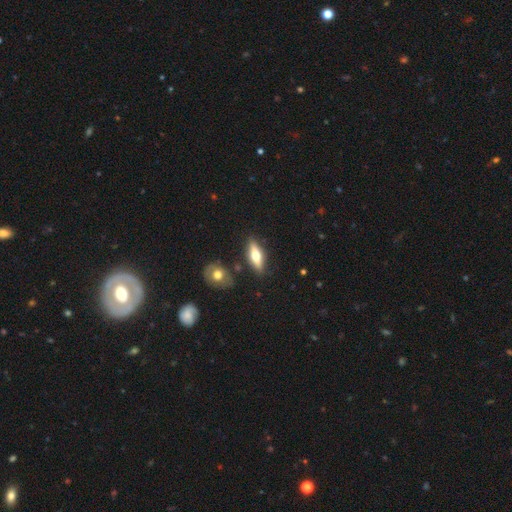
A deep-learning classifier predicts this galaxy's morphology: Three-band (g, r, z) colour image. It shows a featured or disk galaxy (47%). Merging: none (83%).